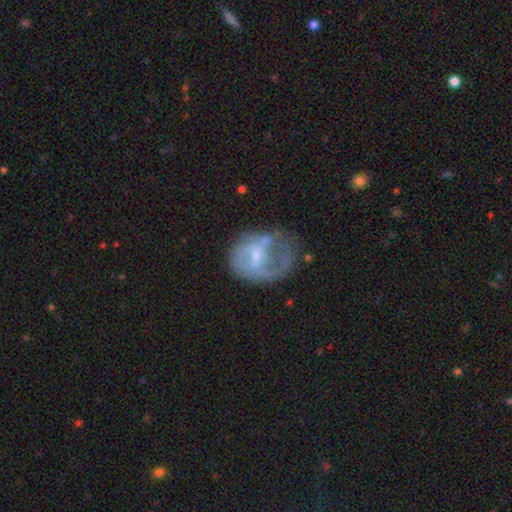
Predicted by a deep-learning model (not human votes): smooth-or-featured: featured or disk: 64% | smooth: 28% | star or artifact: 8%
  disk-edge-on: no: 97% | yes: 3%
    bar: weak: 48% | no: 41% | strong: 11%
    has-spiral-arms: yes: 62% | no: 38%
    bulge-size: small: 43% | moderate: 34% | none: 18% | large: 3% | dominant: 1%
  merging: major disturbance: 36% | none: 33% | minor disturbance: 24% | merger: 7%